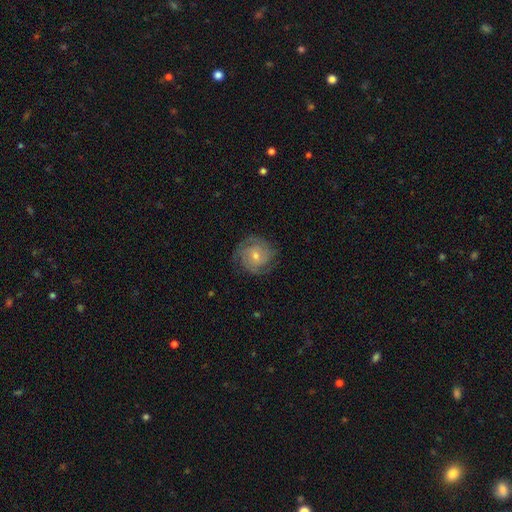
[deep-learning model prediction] This appears to be a featured or disk galaxy (74%) with no bar (69%), tight (67%) spiral arms (93%) and a small central bulge (56%). Merging: none (81%).